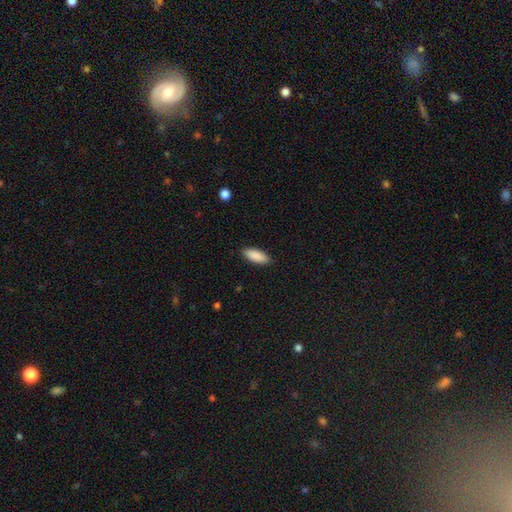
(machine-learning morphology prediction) This appears to be a smooth galaxy with no disk features (90%) that is in between round and cigar-shaped (78%). Merging: none (89%).